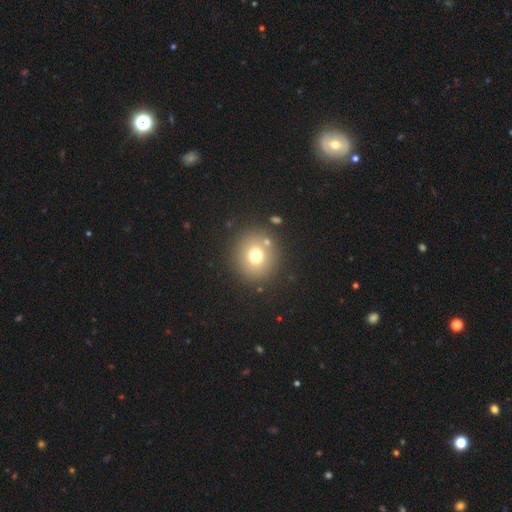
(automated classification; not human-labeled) Smooth or featured? smooth (72%)
How rounded? round (91%)
Merging? none (84%)